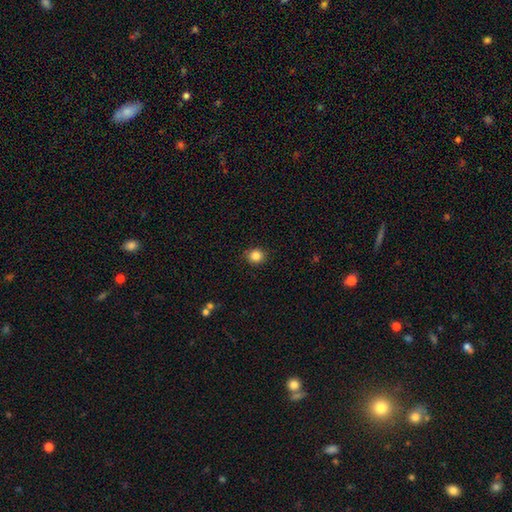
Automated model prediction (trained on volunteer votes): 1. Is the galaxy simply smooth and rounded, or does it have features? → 85% smooth, 11% star or artifact, 4% featured or disk.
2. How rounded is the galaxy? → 87% round, 12% in between, 1% cigar-shaped.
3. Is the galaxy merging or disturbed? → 90% none, 7% minor disturbance, 2% major disturbance, 1% merger.